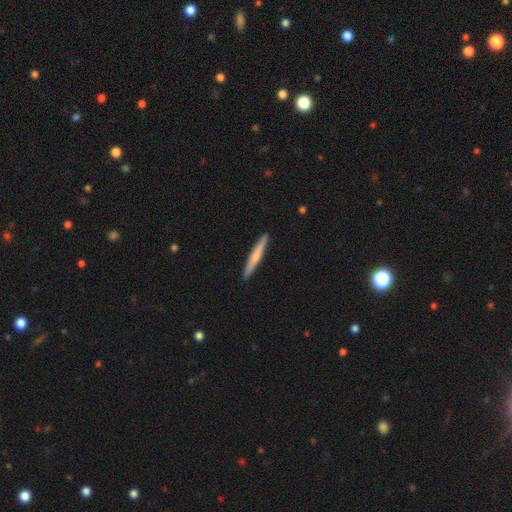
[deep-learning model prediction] This is possibly a smooth galaxy (57%). How rounded: clearly cigar-shaped (96%). Merging: clearly none (92%).